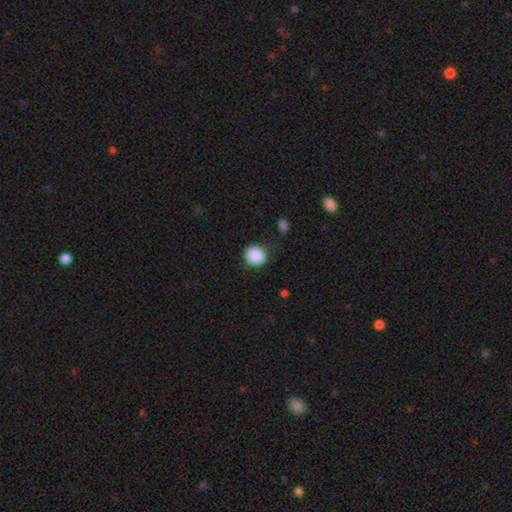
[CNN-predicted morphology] Smooth or featured? smooth (88%)
How rounded? round (81%)
Merging? none (79%)